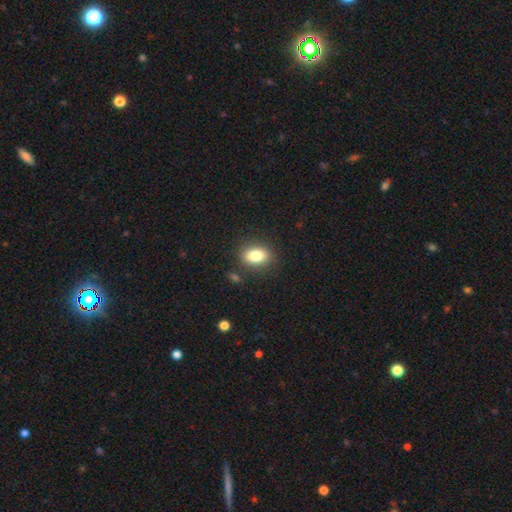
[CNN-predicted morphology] Smooth or featured? Predicted: smooth (p=0.82). How rounded? Predicted: in between (p=0.76). Merging? Predicted: none (p=0.84).